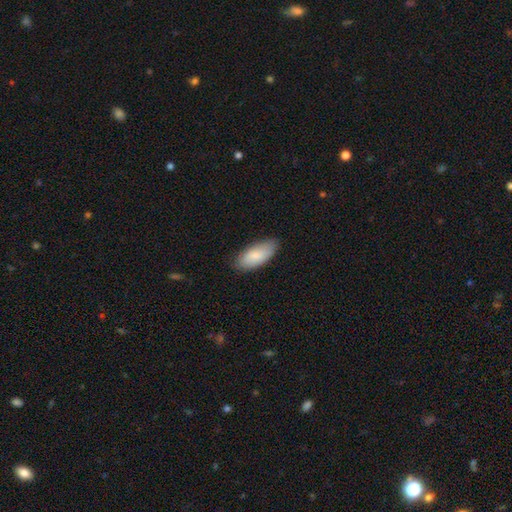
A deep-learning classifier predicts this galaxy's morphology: smooth 84%, featured or disk 10%, star or artifact 6%. Down the decision tree: how rounded — in between (86%); merging — none (79%).